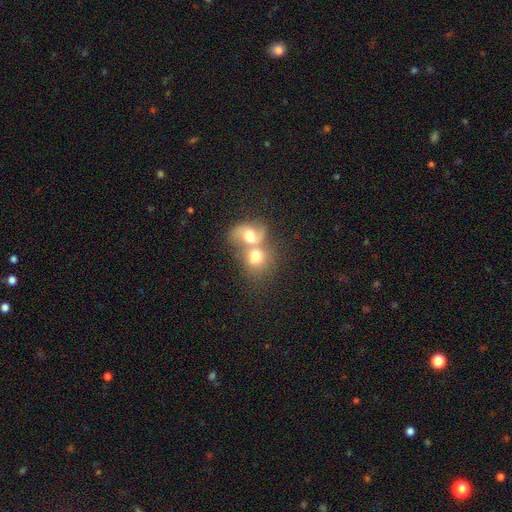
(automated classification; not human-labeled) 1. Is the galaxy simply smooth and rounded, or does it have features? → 61% smooth, 30% featured or disk, 9% star or artifact.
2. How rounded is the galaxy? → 60% round, 38% in between, 1% cigar-shaped.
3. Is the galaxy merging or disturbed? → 71% merger, 19% none, 6% minor disturbance, 4% major disturbance.